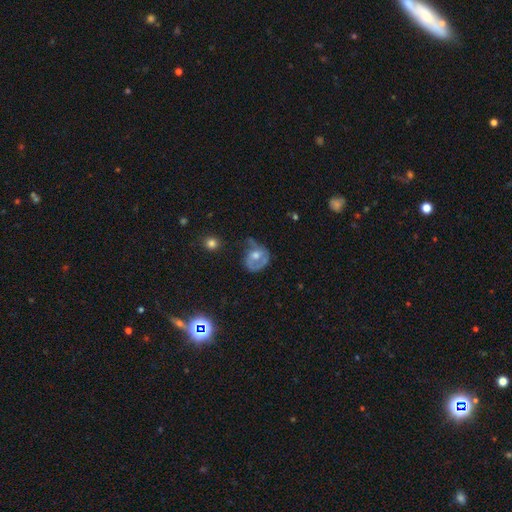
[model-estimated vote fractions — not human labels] smooth_or_featured: featured or disk (p=0.58) [alt: smooth p=0.31]
disk_edge_on: no (p=0.96) [alt: yes p=0.04]
bar: no (p=0.69) [alt: weak p=0.24]
has_spiral_arms: yes (p=0.59) [alt: no p=0.41]
bulge_size: moderate (p=0.65) [alt: small p=0.19]
merging: none (p=0.40) [alt: minor disturbance p=0.28]